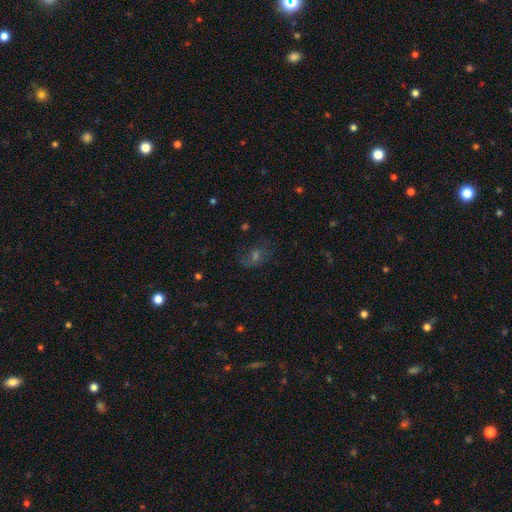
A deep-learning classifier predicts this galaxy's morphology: The model was most divided on "smooth or featured": featured or disk: 36%, smooth: 33%, star or artifact: 31%. More confident: merging — none (60%).